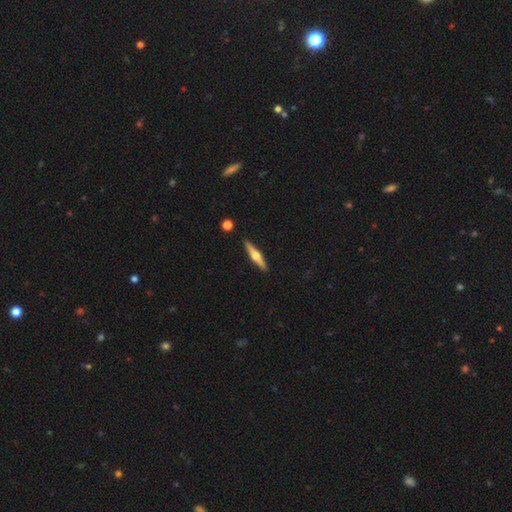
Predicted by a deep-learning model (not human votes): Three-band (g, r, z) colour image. It shows a featured or disk galaxy (71%) viewed edge-on (98%) with a rounded central bulge (95%). Merging: none (91%).